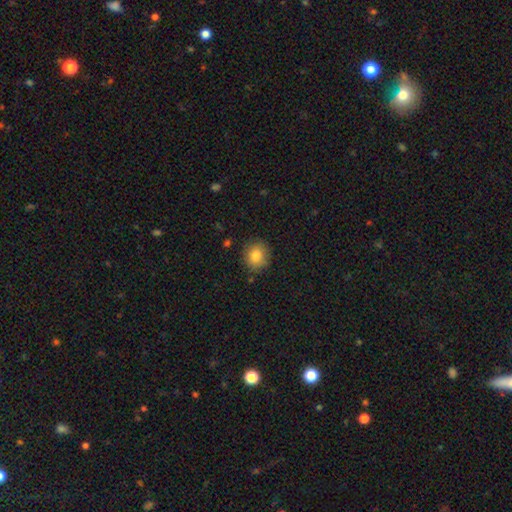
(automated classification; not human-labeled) This is clearly a smooth galaxy (83%). How rounded: likely round (79%). Merging: clearly none (84%).